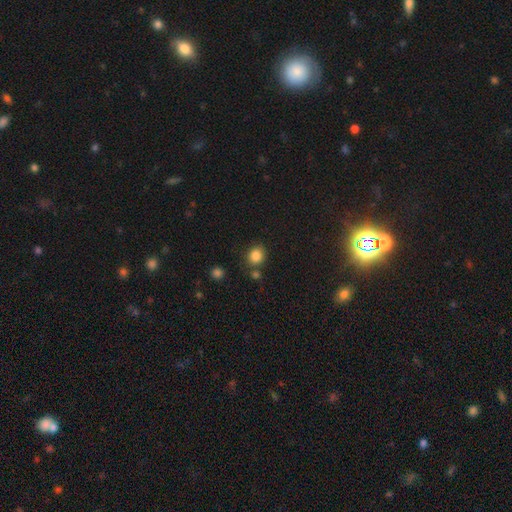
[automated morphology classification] This appears to be a smooth galaxy with no disk features (85%) that is round (72%). Merging: none (74%).